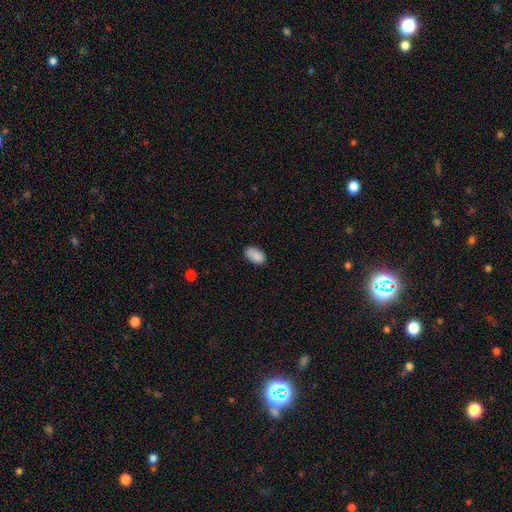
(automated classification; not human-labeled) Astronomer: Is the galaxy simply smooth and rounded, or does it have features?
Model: smooth — 87%.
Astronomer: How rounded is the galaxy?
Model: in between — 93%.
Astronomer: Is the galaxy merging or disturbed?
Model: none — 76%.